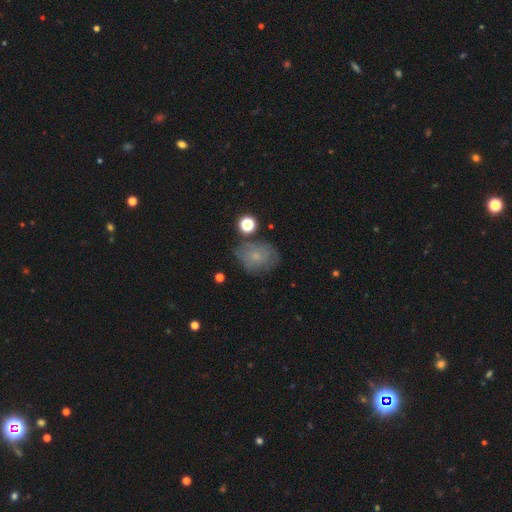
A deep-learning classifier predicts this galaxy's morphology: type=smooth (62%); roundness=round (57%); merging=none (62%).